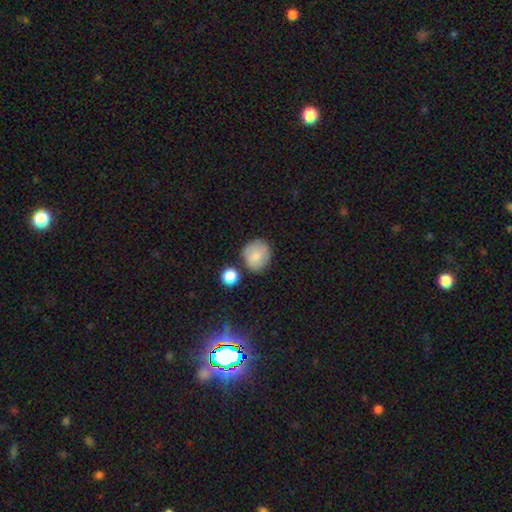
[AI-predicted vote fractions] smooth-or-featured: smooth: 77% | featured or disk: 14% | star or artifact: 9%
  how-rounded: round: 78% | in between: 21% | cigar-shaped: 1%
  merging: none: 69% | minor disturbance: 18% | merger: 9% | major disturbance: 5%